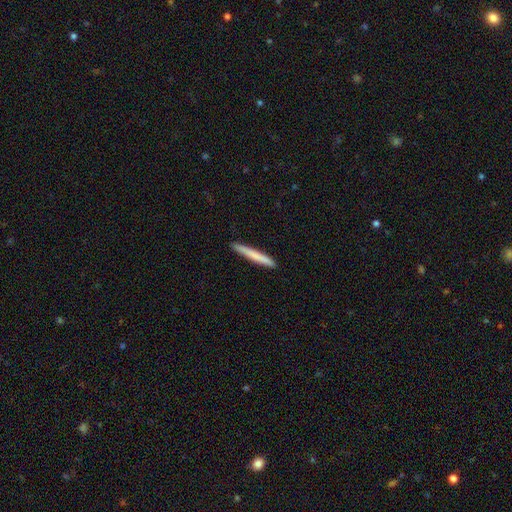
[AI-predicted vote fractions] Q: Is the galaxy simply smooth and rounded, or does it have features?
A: smooth — 72%.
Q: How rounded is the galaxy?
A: cigar-shaped — 97%.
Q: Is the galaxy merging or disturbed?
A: none — 92%.